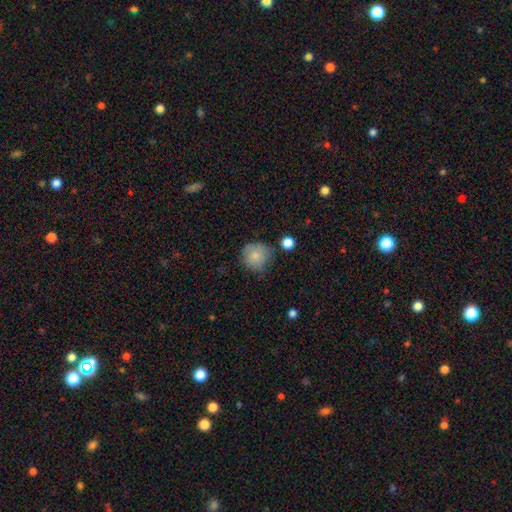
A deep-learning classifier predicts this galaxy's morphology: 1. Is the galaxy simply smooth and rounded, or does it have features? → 82% smooth, 9% featured or disk, 8% star or artifact.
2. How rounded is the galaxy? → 90% round, 9% in between, 1% cigar-shaped.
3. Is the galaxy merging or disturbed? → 68% none, 22% minor disturbance, 6% major disturbance, 5% merger.